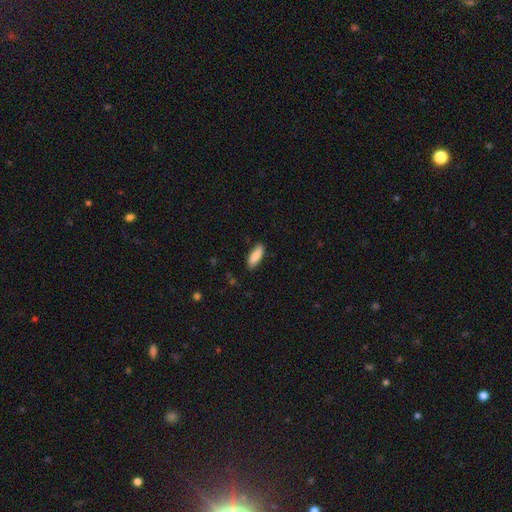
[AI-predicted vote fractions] A smooth galaxy with no disk features (86%) that is in between round and cigar-shaped (61%). Merging: none (84%).